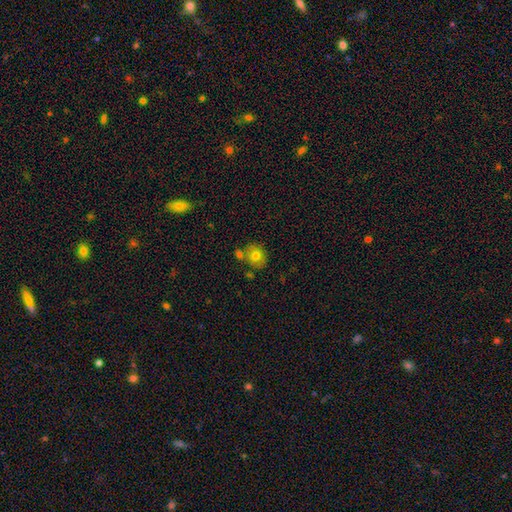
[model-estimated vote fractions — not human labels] Smooth or featured: smooth — 75% (featured or disk — 15%)
How rounded: round — 66% (in between — 33%)
Merging: none — 62% (merger — 20%)